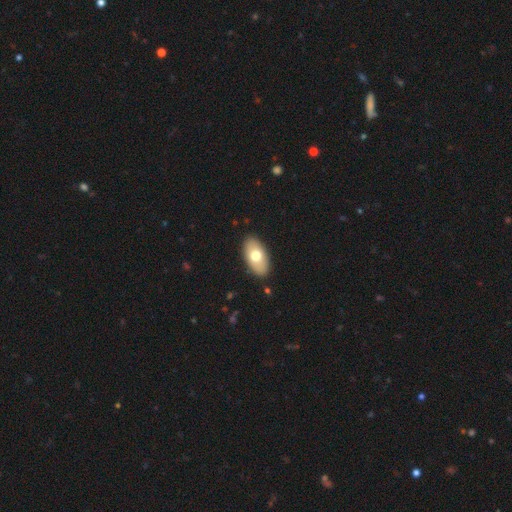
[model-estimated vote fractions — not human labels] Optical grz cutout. It shows a smooth galaxy with no disk features (68%) that is in between round and cigar-shaped (94%). Merging: none (88%).